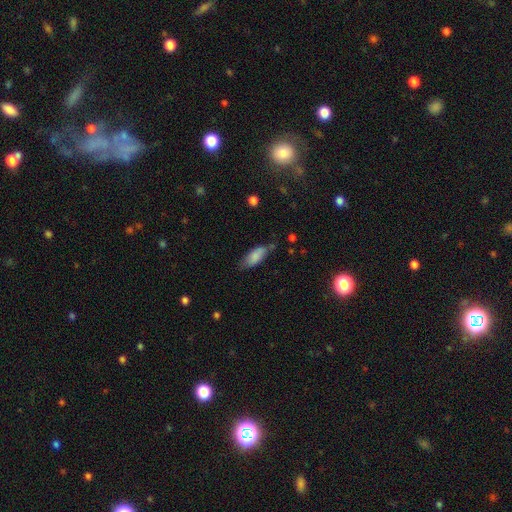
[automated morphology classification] A smooth galaxy with no disk features (81%) that is in between round and cigar-shaped (79%). Merging: none (59%).